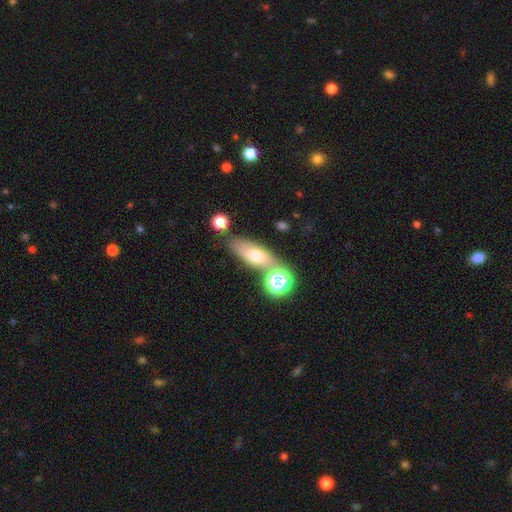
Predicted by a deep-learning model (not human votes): A smooth galaxy with no disk features (60%) that is in between round and cigar-shaped (67%). Merging: none (63%).